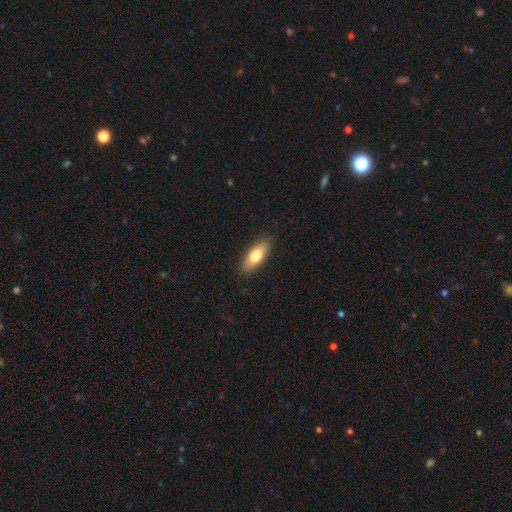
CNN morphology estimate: type=smooth (74%); roundness=in between (74%); merging=none (88%).